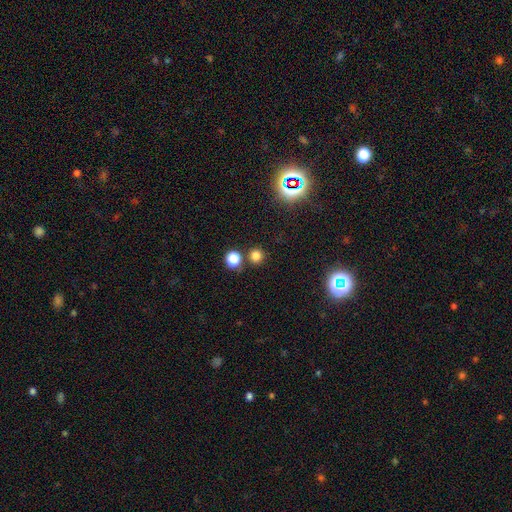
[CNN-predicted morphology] Smooth or featured: smooth — 77% (star or artifact — 19%)
How rounded: round — 92% (in between — 7%)
Merging: none — 81% (merger — 10%)